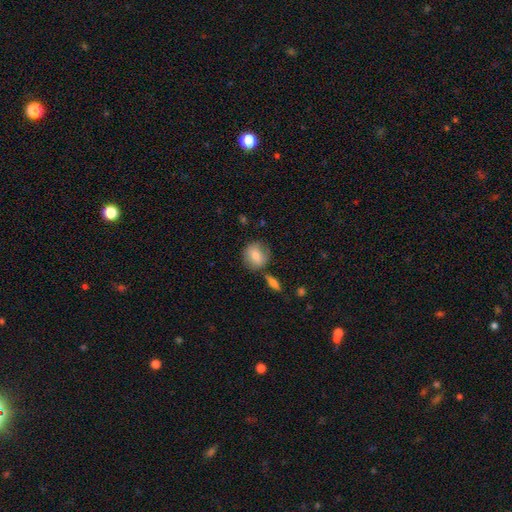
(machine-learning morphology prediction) Overall: smooth (74%). How rounded: round (78%). Merging: none (73%).